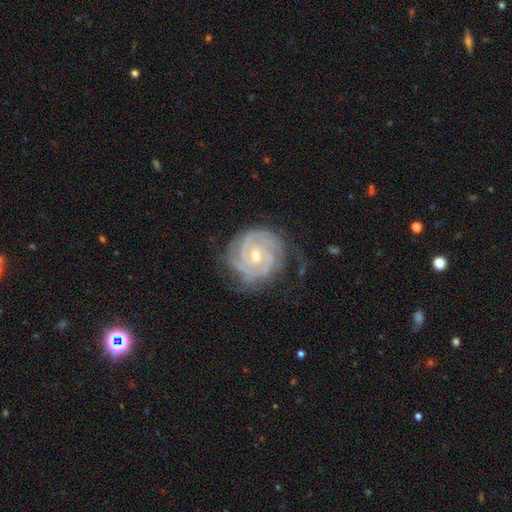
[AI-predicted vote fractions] Smooth or featured? featured or disk (91%)
Edge-on disk? no (98%)
Bar? no (59%)
Spiral arms? yes (98%)
Spiral winding? tight (80%)
Spiral arm count? 3 (30%)
Bulge size? small (49%, tied with moderate)
Merging? none (72%)